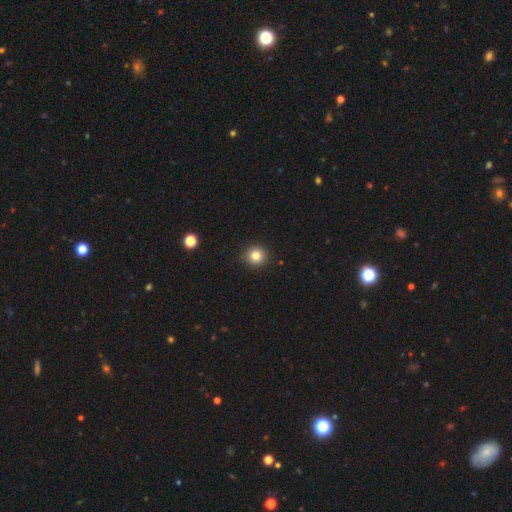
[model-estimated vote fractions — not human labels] smooth_or_featured: smooth (p=0.83) [alt: star or artifact p=0.11]
how_rounded: round (p=0.91) [alt: in between p=0.08]
merging: none (p=0.91) [alt: minor disturbance p=0.06]